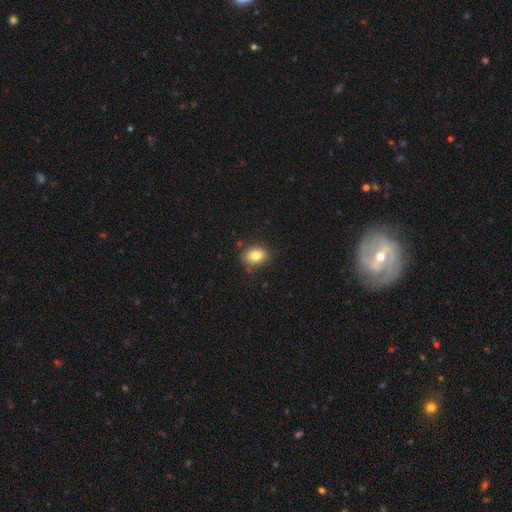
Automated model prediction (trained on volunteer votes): Overall: smooth (82%). How rounded: in between (66%; round 33%). Merging: none (82%).